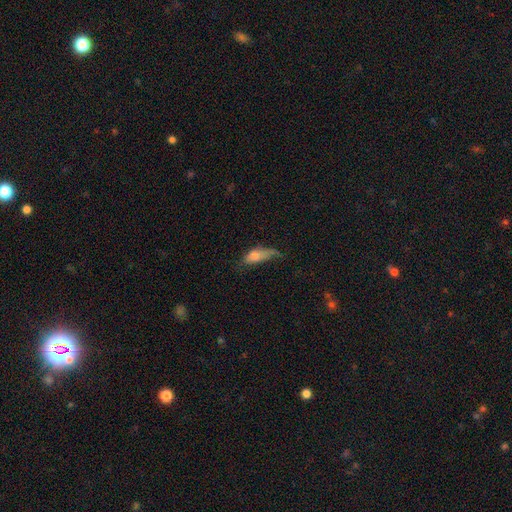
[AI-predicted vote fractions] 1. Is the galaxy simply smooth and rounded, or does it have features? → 70% smooth, 21% featured or disk, 9% star or artifact.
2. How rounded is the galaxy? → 72% in between, 24% cigar-shaped, 4% round.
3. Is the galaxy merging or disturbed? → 39% major disturbance, 32% minor disturbance, 24% none, 5% merger.